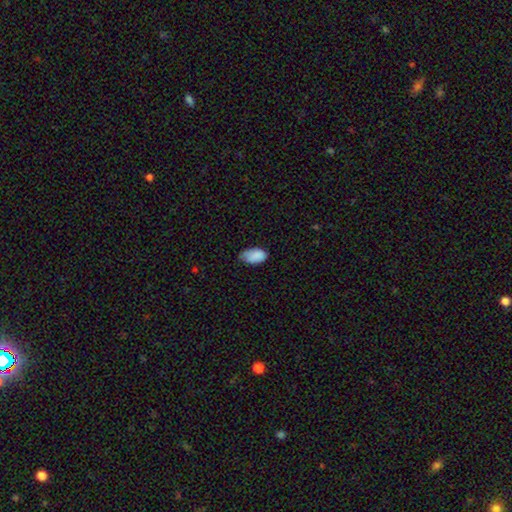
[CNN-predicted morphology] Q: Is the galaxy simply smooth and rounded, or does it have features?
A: smooth — 87%.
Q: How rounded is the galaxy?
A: in between — 94%.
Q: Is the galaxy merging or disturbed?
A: none — 51%.